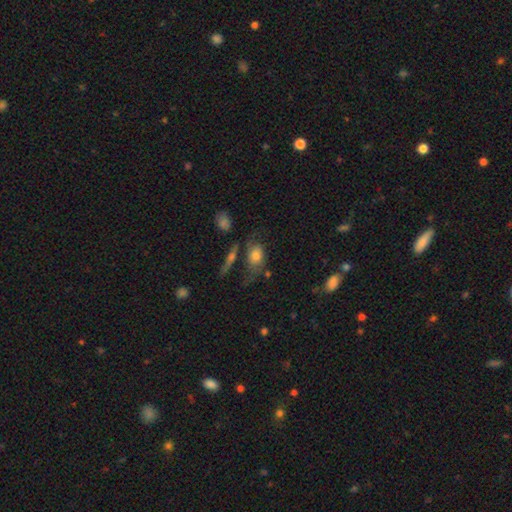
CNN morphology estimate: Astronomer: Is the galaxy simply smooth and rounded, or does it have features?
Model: smooth — 64%.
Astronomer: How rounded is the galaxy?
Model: in between — 78%.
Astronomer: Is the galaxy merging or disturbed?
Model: none — 43% (runner-up: minor disturbance, 24%).